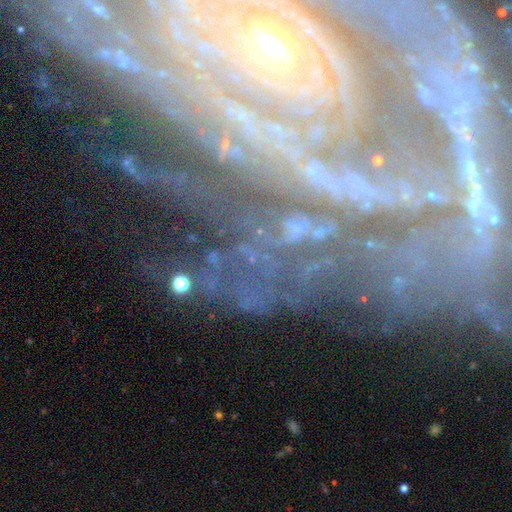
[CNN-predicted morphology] A featured or disk galaxy (78%) with no bar (49%), tight (80%) spiral arms (94%) and a small central bulge (60%). Merging: none (71%).